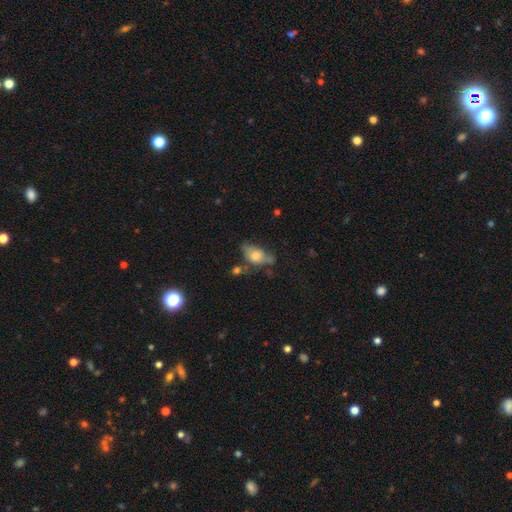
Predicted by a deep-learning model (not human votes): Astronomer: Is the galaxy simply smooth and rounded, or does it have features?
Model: smooth — 65%.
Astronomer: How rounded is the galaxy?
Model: in between — 85%.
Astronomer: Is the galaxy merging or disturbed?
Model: none — 39% (runner-up: minor disturbance, 31%).